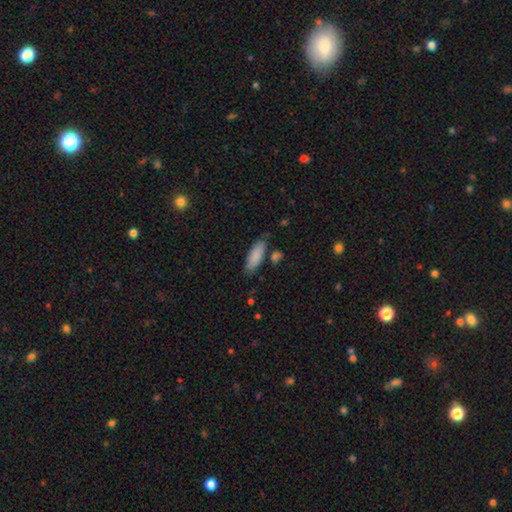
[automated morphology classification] smooth 86%, featured or disk 8%, star or artifact 6%. Down the decision tree: how rounded — in between (69%); merging — none (76%).